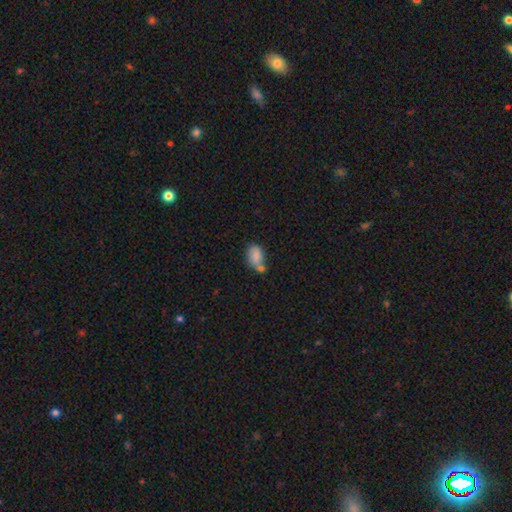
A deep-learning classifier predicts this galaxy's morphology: smooth-or-featured: smooth: 81% | star or artifact: 9% | featured or disk: 9%
  how-rounded: in between: 84% | round: 14% | cigar-shaped: 2%
  merging: none: 42% | merger: 33% | minor disturbance: 18% | major disturbance: 6%